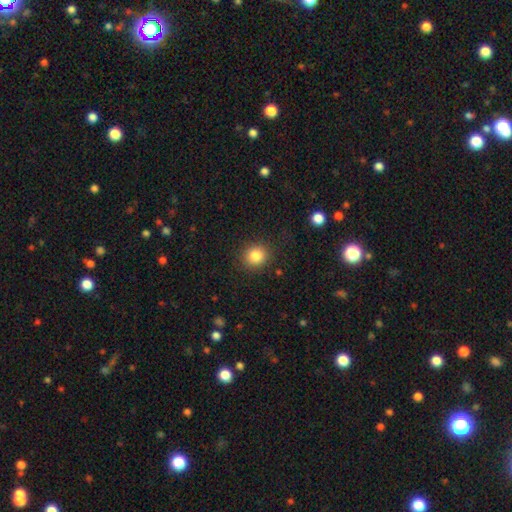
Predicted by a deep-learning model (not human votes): Smooth or featured?
  - smooth: 84% *
  - star or artifact: 10%
  - featured or disk: 6%
How rounded?
  - round: 86% *
  - in between: 13%
  - cigar-shaped: 1%
Merging?
  - none: 88% *
  - minor disturbance: 8%
  - major disturbance: 3%
  - merger: 1%